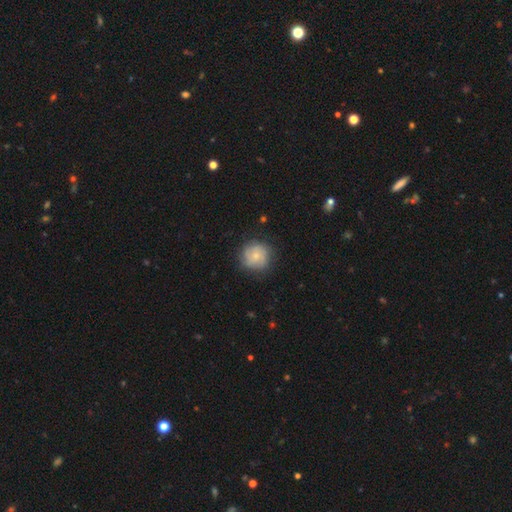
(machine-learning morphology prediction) Smooth or featured? Predicted: smooth (p=0.55). How rounded? Predicted: round (p=0.90). Merging? Predicted: none (p=0.76).